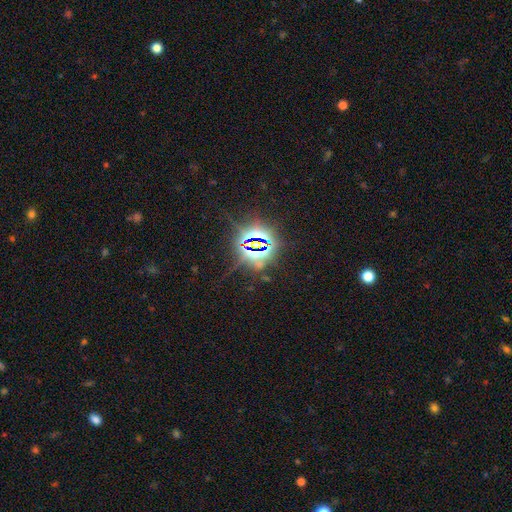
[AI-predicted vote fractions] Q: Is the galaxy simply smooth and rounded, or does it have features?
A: star or artifact — 83%.